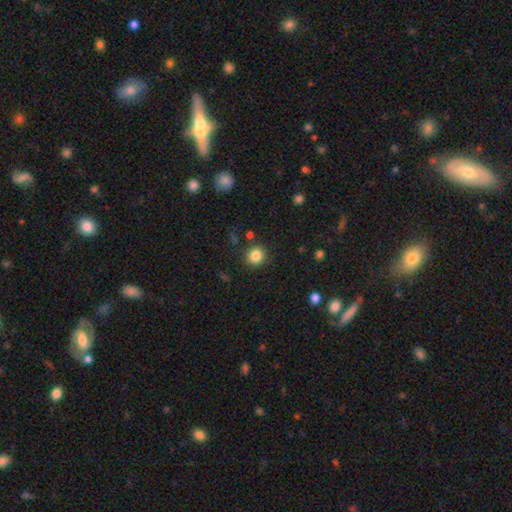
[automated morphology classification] A smooth galaxy with no disk features (84%) that is round (90%).

Vote fractions:
- Smooth or featured? smooth: 84% / star or artifact: 11% / featured or disk: 5%
- How rounded? round: 90% / in between: 9% / cigar-shaped: 1%
- Merging? none: 88% / minor disturbance: 7% / merger: 3% / major disturbance: 2%